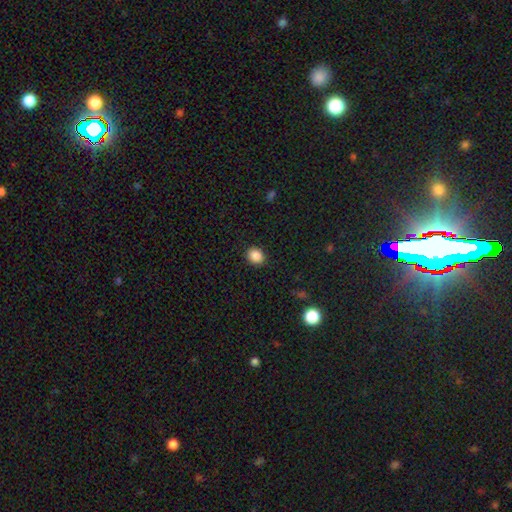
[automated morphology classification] Smooth or featured? smooth (87%)
How rounded? round (67%)
Merging? none (90%)